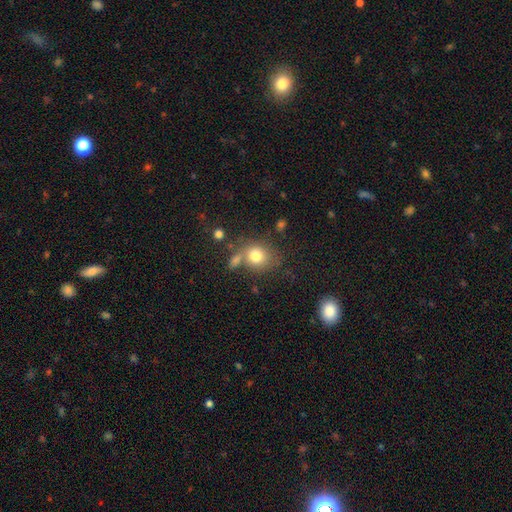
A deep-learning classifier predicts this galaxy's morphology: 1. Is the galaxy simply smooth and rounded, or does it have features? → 78% smooth, 11% featured or disk, 11% star or artifact.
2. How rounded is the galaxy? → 70% round, 29% in between, 1% cigar-shaped.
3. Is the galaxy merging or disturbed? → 56% none, 21% merger, 15% minor disturbance, 7% major disturbance.